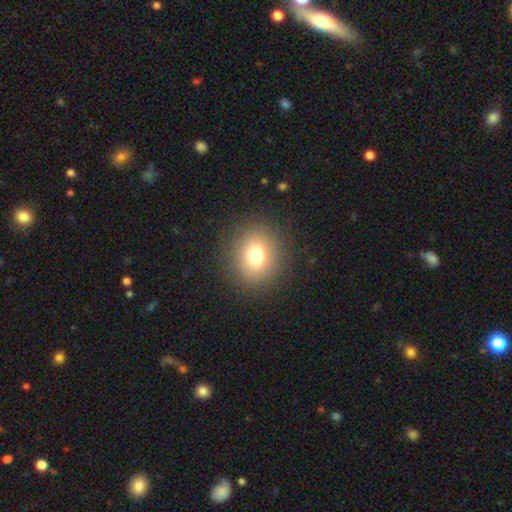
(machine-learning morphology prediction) This is likely a smooth galaxy (74%). How rounded: likely round (76%). Merging: clearly none (88%).